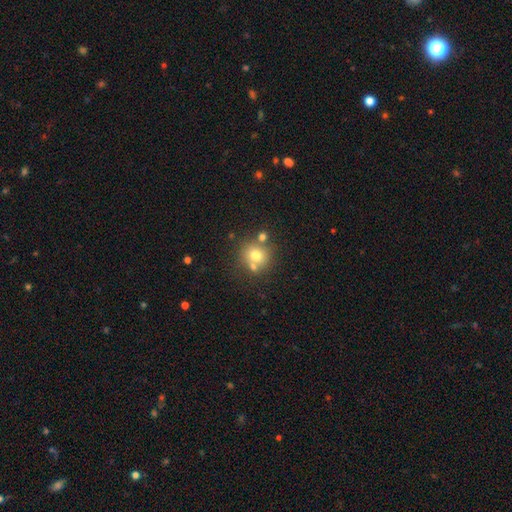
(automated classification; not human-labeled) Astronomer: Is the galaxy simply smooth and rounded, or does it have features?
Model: smooth — 72%.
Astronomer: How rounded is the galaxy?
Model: round — 86%.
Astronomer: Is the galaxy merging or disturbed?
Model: none — 62%.